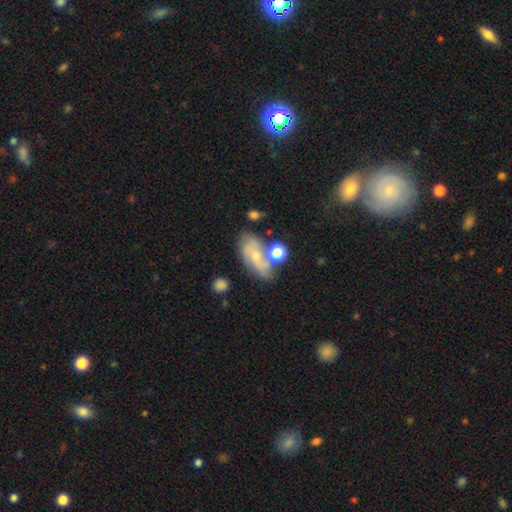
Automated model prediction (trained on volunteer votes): Q: Smooth or featured?
A: featured or disk (49%); runner-up: smooth (41%)
Q: Merging?
A: none (44%); runner-up: merger (24%)